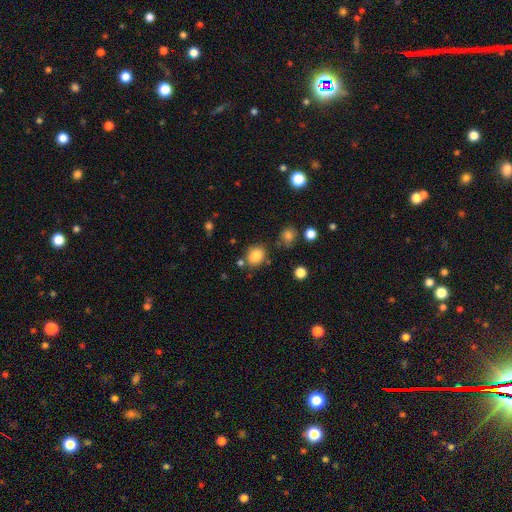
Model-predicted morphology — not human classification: Smooth or featured? Predicted: smooth (p=0.84). How rounded? Predicted: round (p=0.63). Merging? Predicted: none (p=0.75).